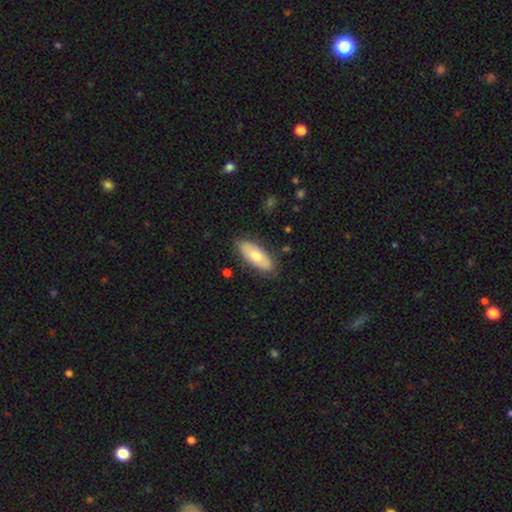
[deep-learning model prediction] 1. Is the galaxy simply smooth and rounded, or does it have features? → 69% smooth, 26% featured or disk, 6% star or artifact.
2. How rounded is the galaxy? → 77% in between, 20% cigar-shaped, 2% round.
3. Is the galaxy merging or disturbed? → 83% none, 13% minor disturbance, 3% major disturbance, 1% merger.